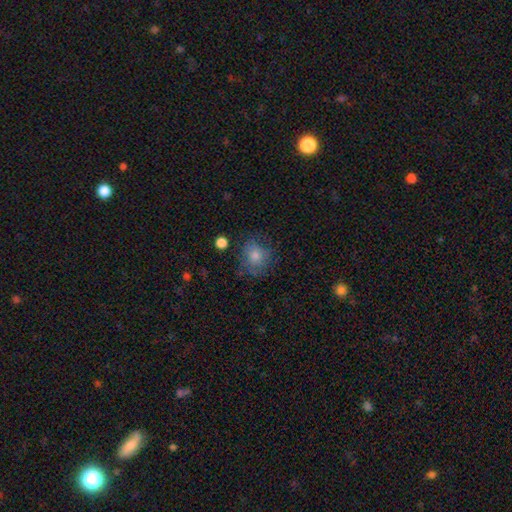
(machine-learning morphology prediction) smooth 68%, featured or disk 19%, star or artifact 13%. Down the decision tree: how rounded — round (80%); merging — none (71%).